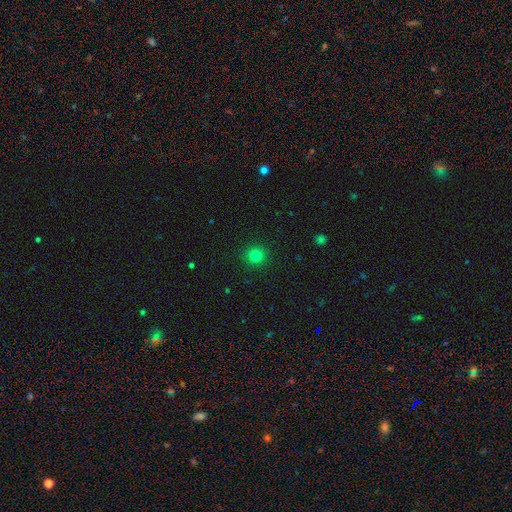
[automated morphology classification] Smooth or featured? Predicted: smooth (p=0.80). How rounded? Predicted: round (p=0.93). Merging? Predicted: none (p=0.92).